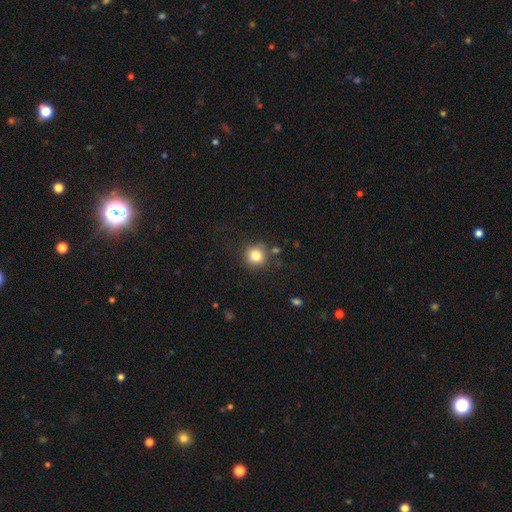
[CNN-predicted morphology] The model was most divided on "smooth or featured": smooth: 82%, star or artifact: 11%, featured or disk: 7%. More confident: how rounded — round (92%); merging — none (82%).